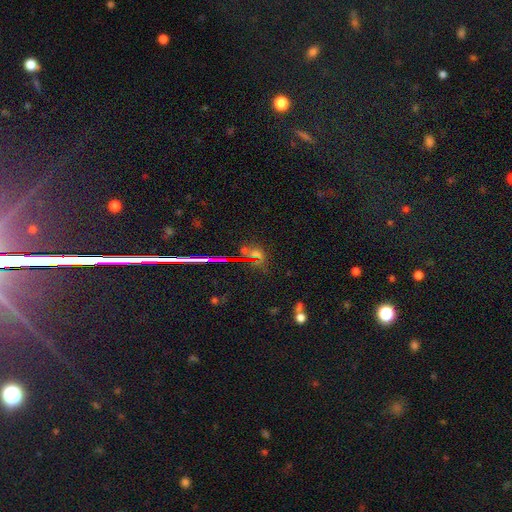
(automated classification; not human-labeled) Overall: star or artifact (64%; smooth 25%).